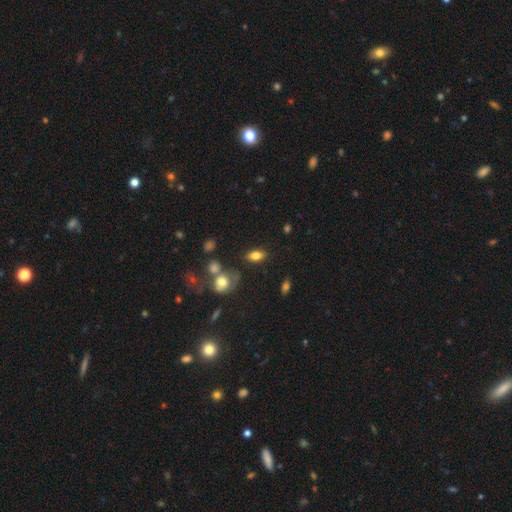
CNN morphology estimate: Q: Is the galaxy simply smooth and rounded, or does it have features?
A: smooth — 75%.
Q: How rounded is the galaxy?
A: in between — 84%.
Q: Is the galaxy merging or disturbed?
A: none — 74%.